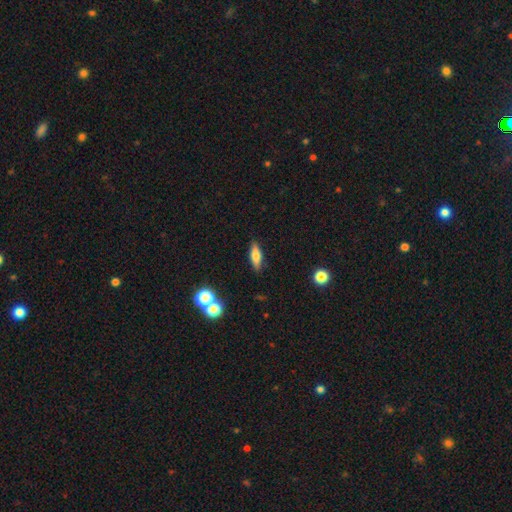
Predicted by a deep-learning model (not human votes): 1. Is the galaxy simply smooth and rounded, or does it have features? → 69% smooth, 23% featured or disk, 8% star or artifact.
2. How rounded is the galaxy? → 53% in between, 44% cigar-shaped, 3% round.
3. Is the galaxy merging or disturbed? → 86% none, 9% minor disturbance, 2% merger, 2% major disturbance.